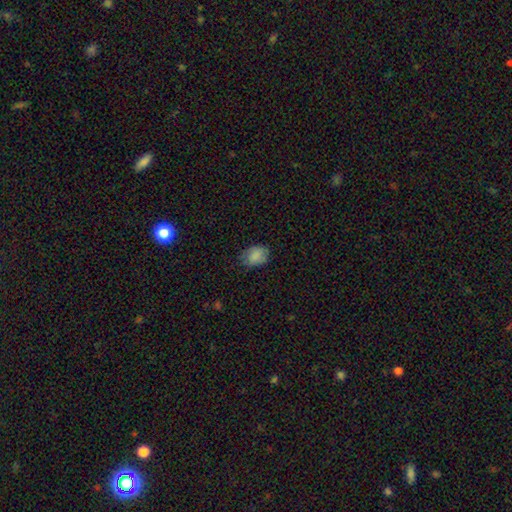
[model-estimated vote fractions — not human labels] Overall: smooth (83%). How rounded: in between (70%). Merging: none (68%).